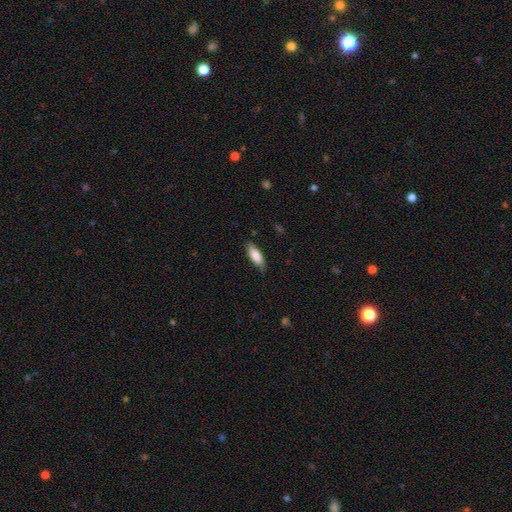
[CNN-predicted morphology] A smooth galaxy with no disk features (81%) that is in between round and cigar-shaped (63%).

Vote fractions:
- Smooth or featured? smooth: 81% / featured or disk: 13% / star or artifact: 6%
- How rounded? in between: 63% / cigar-shaped: 35% / round: 2%
- Merging? none: 80% / minor disturbance: 16% / major disturbance: 3% / merger: 1%